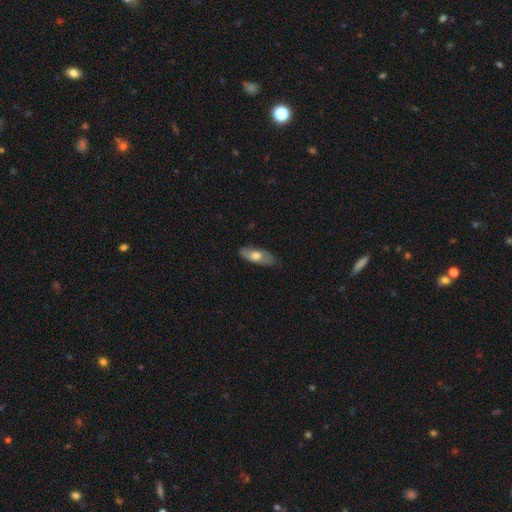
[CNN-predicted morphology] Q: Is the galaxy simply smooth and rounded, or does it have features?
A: smooth — 63%.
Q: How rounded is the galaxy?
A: in between — 77%.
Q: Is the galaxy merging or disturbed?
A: none — 76%.